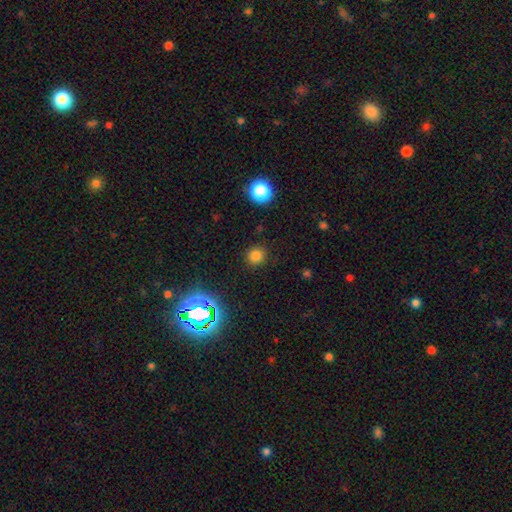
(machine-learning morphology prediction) Smooth or featured? smooth (77%)
How rounded? round (89%)
Merging? none (90%)